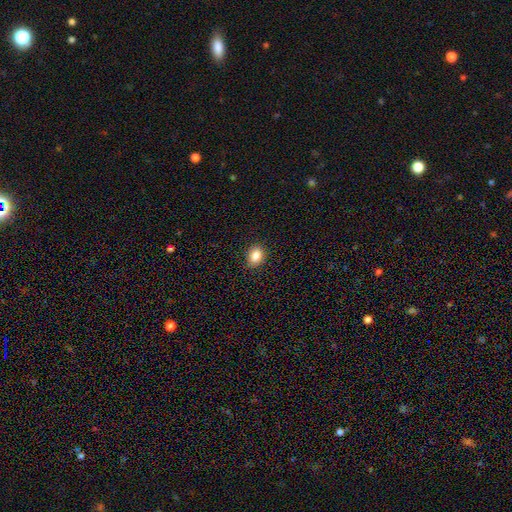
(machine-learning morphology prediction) Smooth or featured?
  - smooth: 86% *
  - star or artifact: 9%
  - featured or disk: 5%
How rounded?
  - in between: 61% *
  - round: 38%
  - cigar-shaped: 1%
Merging?
  - none: 87% *
  - minor disturbance: 10%
  - major disturbance: 2%
  - merger: 1%